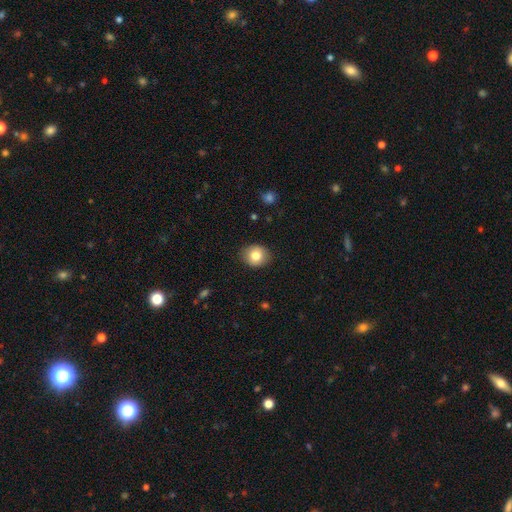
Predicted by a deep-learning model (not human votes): Overall: smooth (81%). How rounded: round (73%). Merging: none (88%).